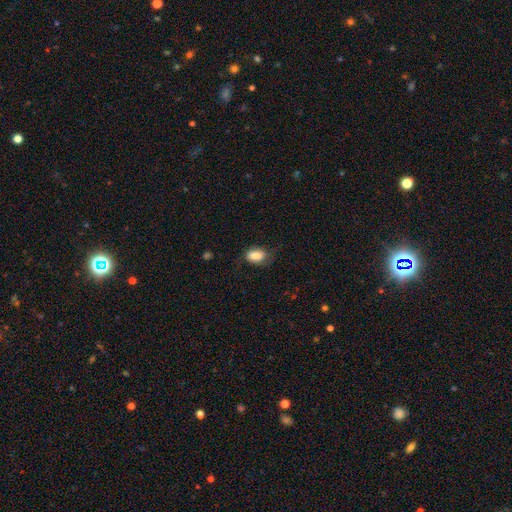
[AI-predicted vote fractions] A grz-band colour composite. It shows a smooth galaxy with no disk features (83%) that is in between round and cigar-shaped (86%). Merging: none (63%).